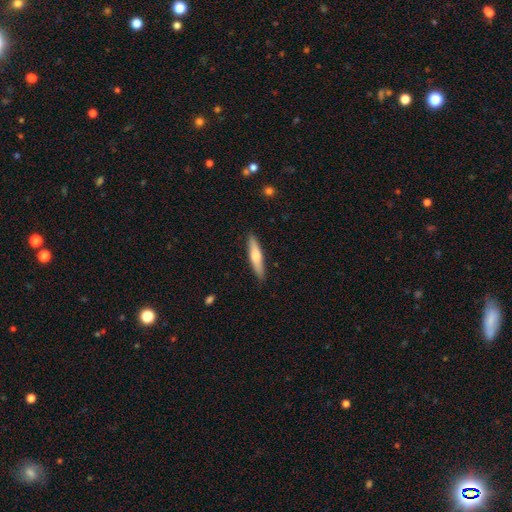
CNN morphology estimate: Smooth or featured: smooth — 58% (featured or disk — 37%)
How rounded: cigar-shaped — 83% (in between — 15%)
Merging: none — 89% (minor disturbance — 9%)